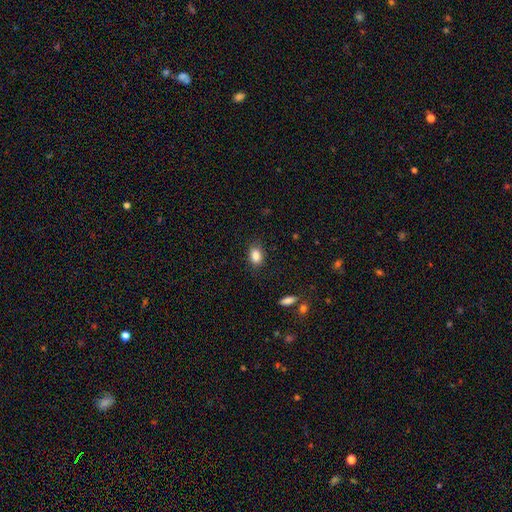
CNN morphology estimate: smooth 86%, star or artifact 9%, featured or disk 5%. Down the decision tree: how rounded — in between (77%); merging — none (82%).